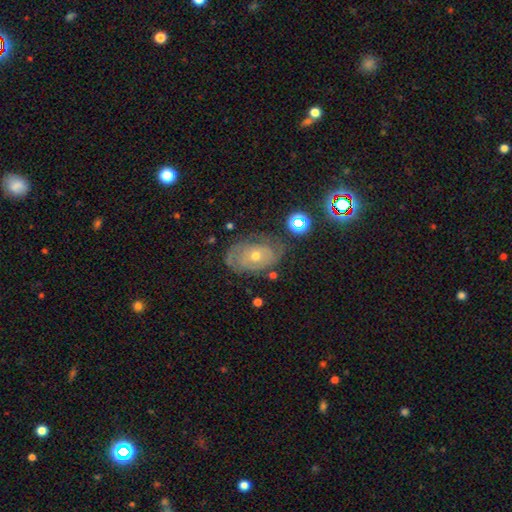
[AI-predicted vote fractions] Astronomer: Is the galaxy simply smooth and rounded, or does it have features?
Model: featured or disk — 71%.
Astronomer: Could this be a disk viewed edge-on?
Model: no — 95%.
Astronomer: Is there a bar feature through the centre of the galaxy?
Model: no — 83%.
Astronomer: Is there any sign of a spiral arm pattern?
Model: yes — 80%.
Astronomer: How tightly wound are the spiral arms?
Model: tight — 70%.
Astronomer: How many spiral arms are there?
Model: can't tell — 48% (runner-up: 2, 31%).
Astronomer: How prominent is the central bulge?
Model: small — 49% (runner-up: moderate, 47%).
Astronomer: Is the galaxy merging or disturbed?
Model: none — 69%.